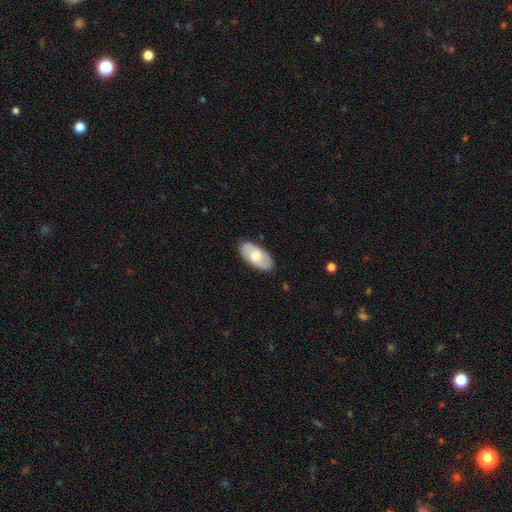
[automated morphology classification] smooth 62%, featured or disk 33%, star or artifact 5%. Down the decision tree: how rounded — in between (93%); merging — none (86%).